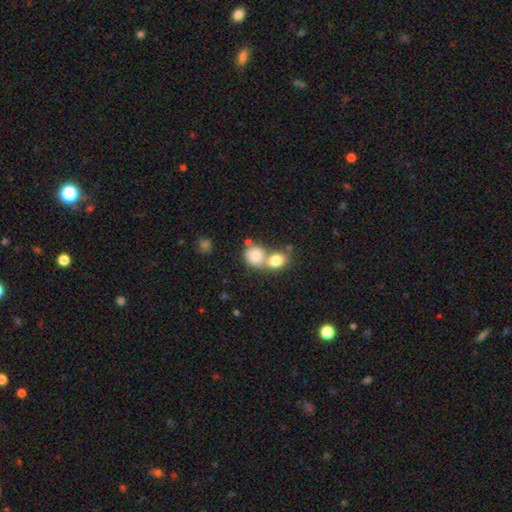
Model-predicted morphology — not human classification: This appears to be a smooth galaxy with no disk features (81%) that is round (69%). Merging: merger (57%).